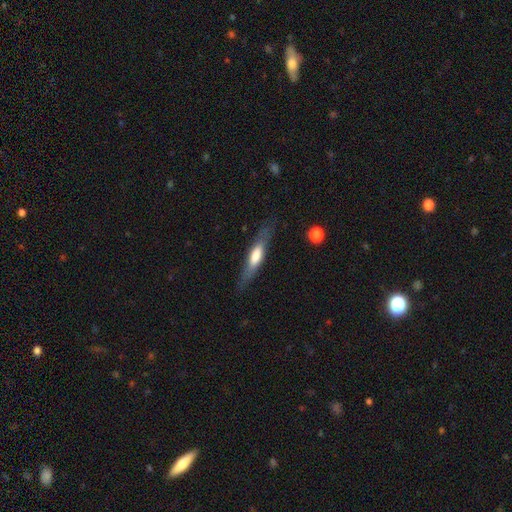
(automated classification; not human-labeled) Overall: smooth (50%; featured or disk 44%). Merging: none (79%).